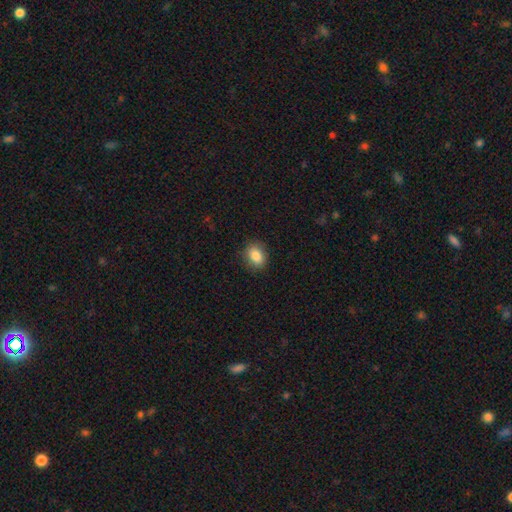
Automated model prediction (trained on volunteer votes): The model was most divided on "how rounded": in between: 60%, round: 39%, cigar-shaped: 1%. More confident: merging — none (87%); smooth or featured — smooth (85%).